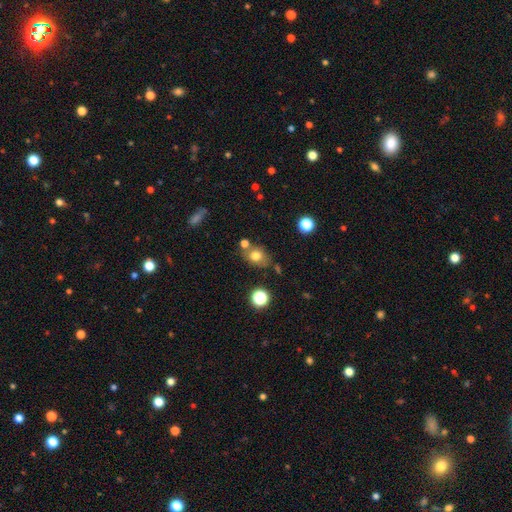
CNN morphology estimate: Smooth or featured? smooth (75%)
How rounded? in between (56%)
Merging? none (66%)